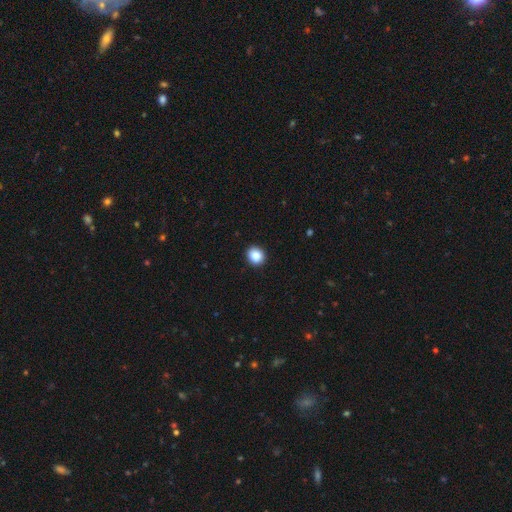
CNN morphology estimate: The model was most divided on "how rounded": round: 80%, in between: 20%, cigar-shaped: 1%. More confident: merging — none (92%); smooth or featured — smooth (87%).